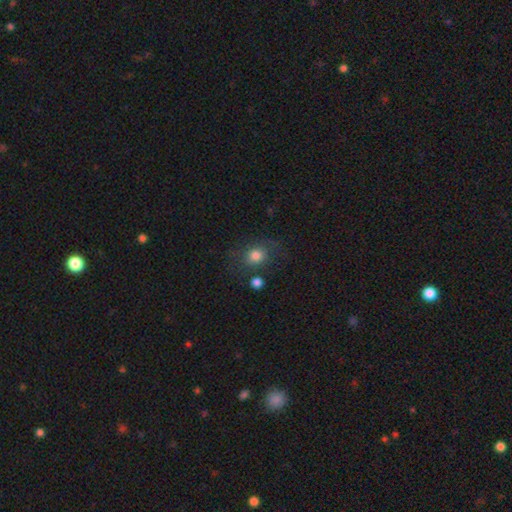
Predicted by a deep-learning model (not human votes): A smooth galaxy with no disk features (75%) that is round (59%). Merging: none (60%).